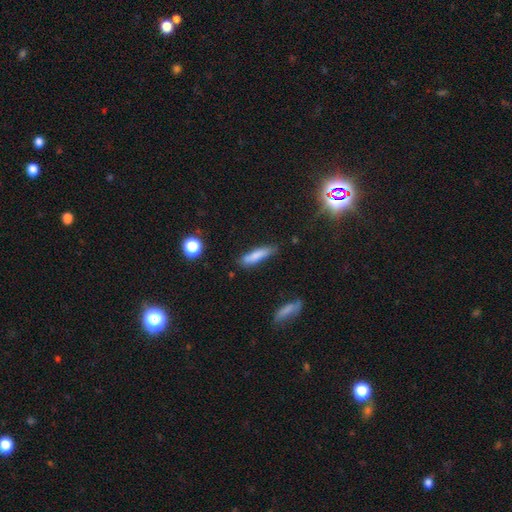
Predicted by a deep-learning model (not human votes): Overall: smooth (78%). How rounded: cigar-shaped (73%). Merging: none (66%).